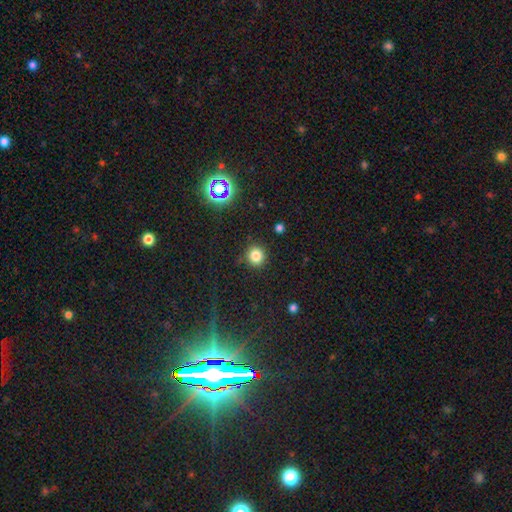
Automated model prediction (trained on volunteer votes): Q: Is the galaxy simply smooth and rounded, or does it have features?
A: smooth — 80%.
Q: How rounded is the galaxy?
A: round — 90%.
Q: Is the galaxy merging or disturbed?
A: none — 88%.